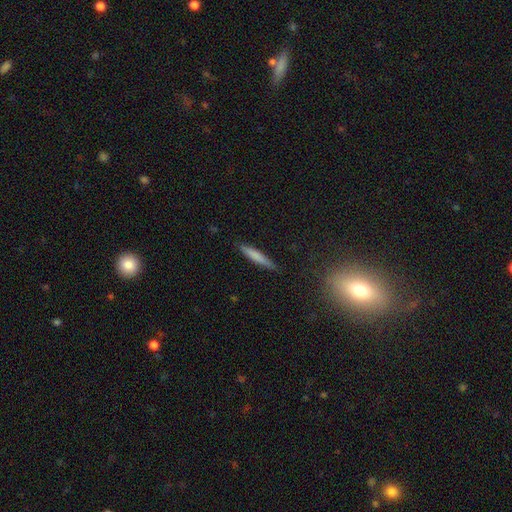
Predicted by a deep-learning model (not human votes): smooth_or_featured: smooth (p=0.73) [alt: featured or disk p=0.21]
how_rounded: cigar-shaped (p=0.93) [alt: in between p=0.06]
merging: none (p=0.86) [alt: minor disturbance p=0.10]